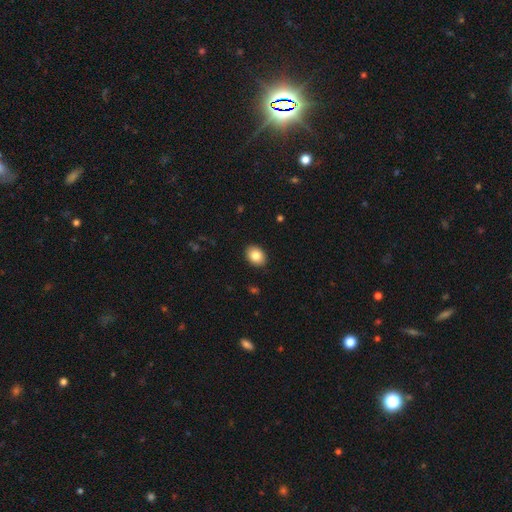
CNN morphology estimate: A smooth galaxy with no disk features (84%) that is in between round and cigar-shaped (70%).

Vote fractions:
- Smooth or featured? smooth: 84% / featured or disk: 8% / star or artifact: 8%
- How rounded? in between: 70% / round: 29% / cigar-shaped: 1%
- Merging? none: 90% / minor disturbance: 7% / major disturbance: 2% / merger: 1%